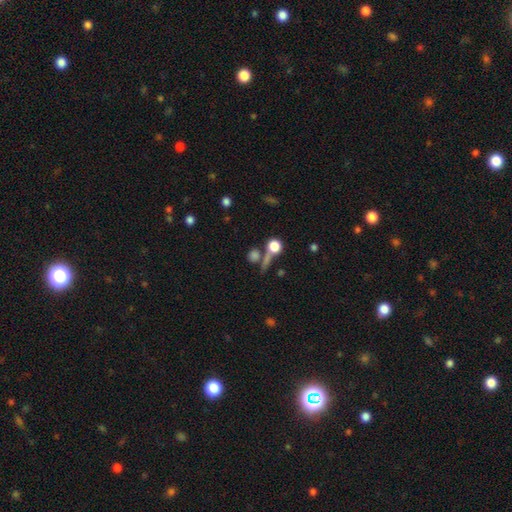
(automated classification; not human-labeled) Smooth or featured? smooth (54%)
How rounded? round (74%)
Merging? none (62%)